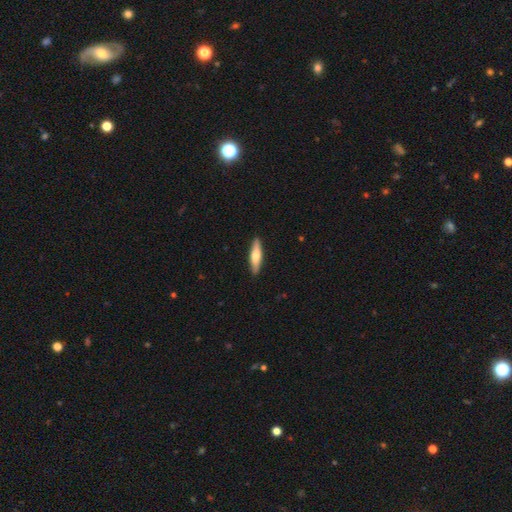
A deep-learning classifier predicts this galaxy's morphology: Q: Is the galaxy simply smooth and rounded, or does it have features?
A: smooth — 58%.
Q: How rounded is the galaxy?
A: cigar-shaped — 73%.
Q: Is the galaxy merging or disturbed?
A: none — 90%.